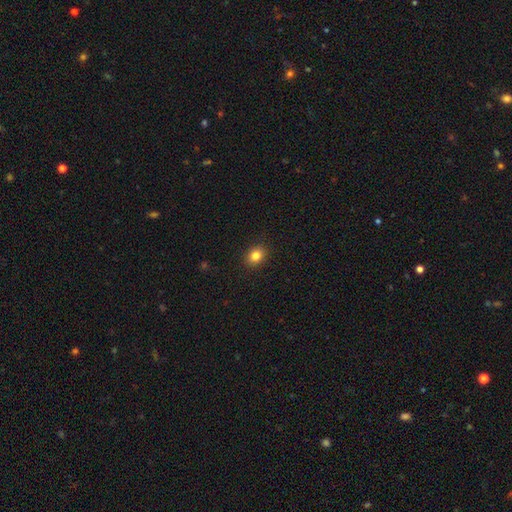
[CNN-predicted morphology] type=smooth (83%); roundness=round (51%); merging=none (90%).